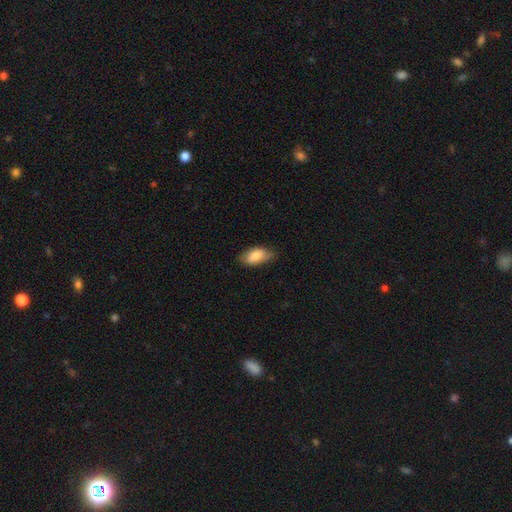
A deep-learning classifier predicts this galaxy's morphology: smooth-or-featured: smooth: 83% | featured or disk: 11% | star or artifact: 6%
  how-rounded: in between: 91% | cigar-shaped: 6% | round: 3%
  merging: none: 72% | minor disturbance: 23% | major disturbance: 4% | merger: 1%